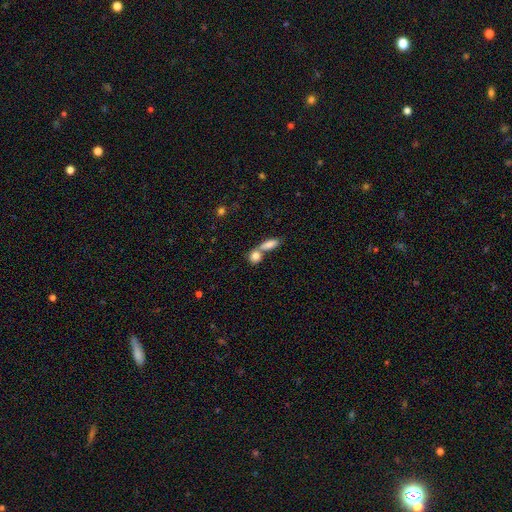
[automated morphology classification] A smooth galaxy with no disk features (83%) that is round (54%). Merging: merger (51%).